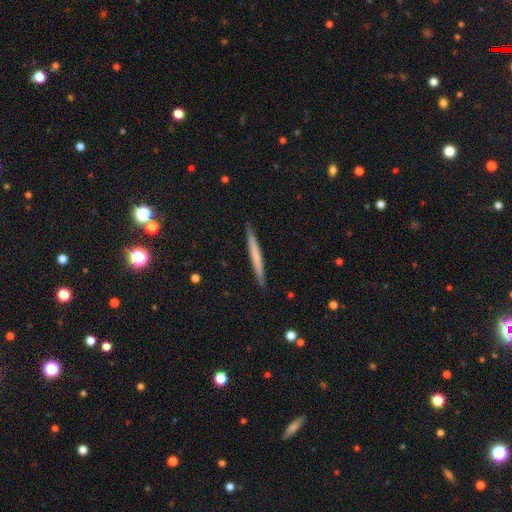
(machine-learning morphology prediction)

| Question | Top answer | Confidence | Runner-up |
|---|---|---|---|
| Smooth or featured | smooth | 56% | featured or disk (39%) |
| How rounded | cigar-shaped | 97% | in between (2%) |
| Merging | none | 91% | minor disturbance (7%) |